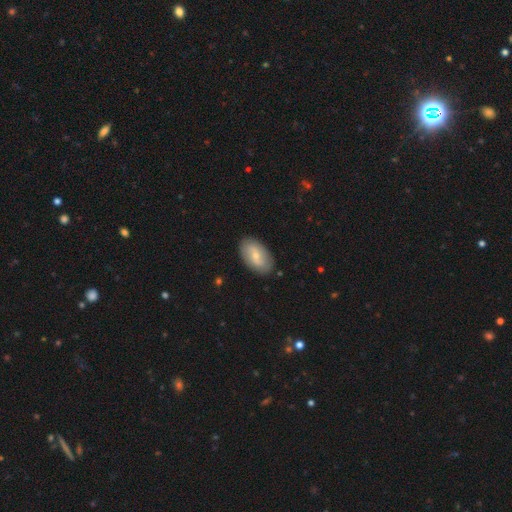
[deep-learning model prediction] This appears to be a smooth galaxy with no disk features (52%) that is in between round and cigar-shaped (93%). Merging: none (87%).